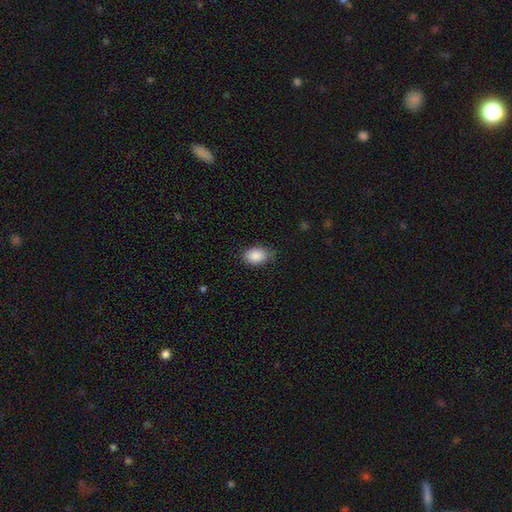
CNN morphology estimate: A smooth galaxy with no disk features (89%) that is in between round and cigar-shaped (81%). Merging: none (75%).